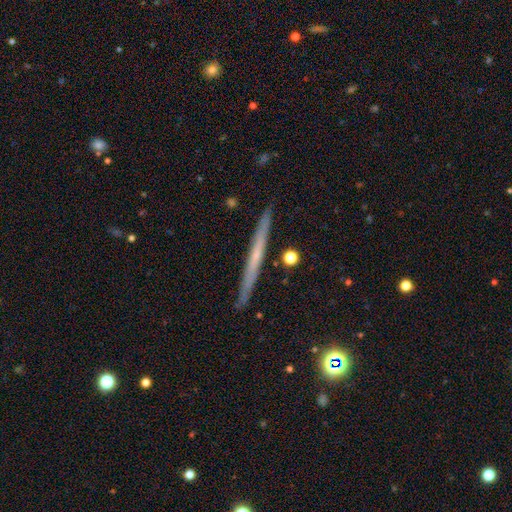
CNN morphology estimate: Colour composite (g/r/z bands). It shows a featured or disk galaxy (57%) viewed edge-on (97%) with no central bulge (81%). Merging: none (91%).